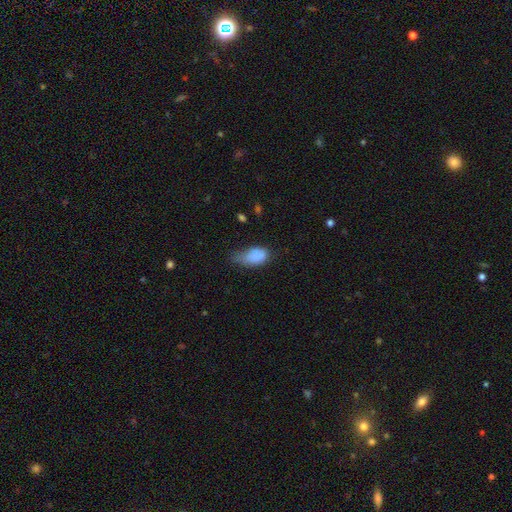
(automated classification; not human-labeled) smooth 81%, featured or disk 9%, star or artifact 9%. Down the decision tree: how rounded — in between (90%); merging — minor disturbance (46%).